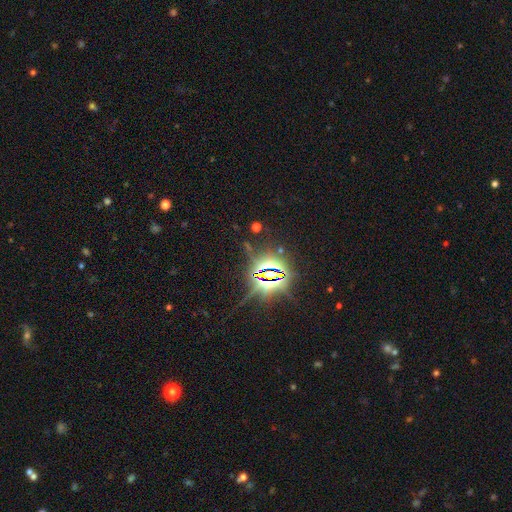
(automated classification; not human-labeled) A star or artifact, not a galaxy (85%).

Vote fractions:
- Smooth or featured? star or artifact: 85% / featured or disk: 8% / smooth: 7%